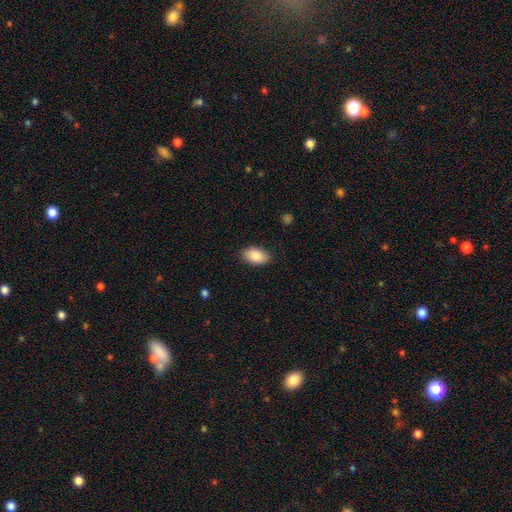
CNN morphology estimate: Smooth or featured: smooth — 88% (star or artifact — 7%)
How rounded: in between — 92% (round — 6%)
Merging: none — 86% (minor disturbance — 10%)